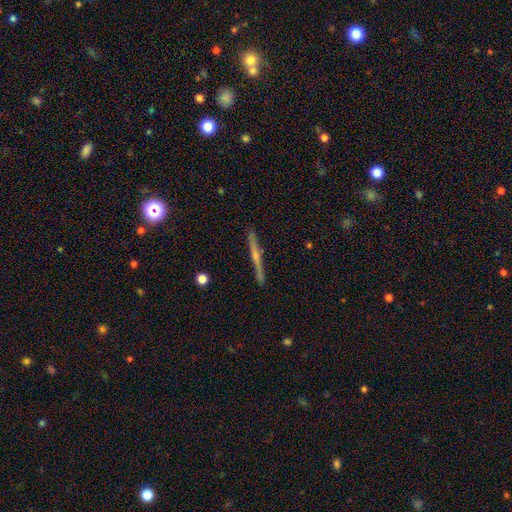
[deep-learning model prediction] Morphology: type=featured or disk (73%); edge-on=yes (98%); edge-on bulge=rounded (71%); merging=none (91%).